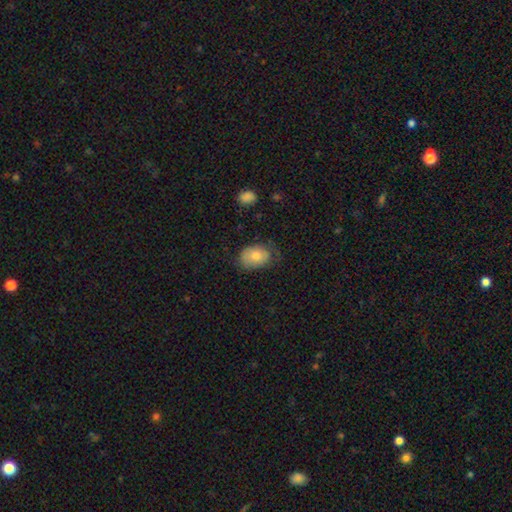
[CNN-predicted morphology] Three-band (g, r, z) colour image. It shows a smooth galaxy with no disk features (74%) that is in between round and cigar-shaped (79%). Merging: none (55%).